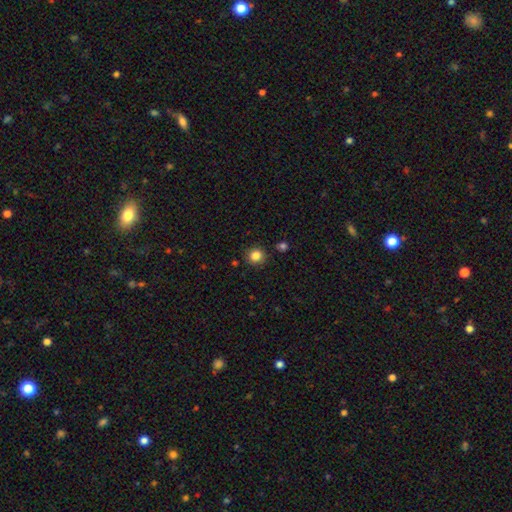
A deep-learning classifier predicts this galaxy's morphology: smooth_or_featured: smooth (p=0.85) [alt: star or artifact p=0.11]
how_rounded: round (p=0.88) [alt: in between p=0.11]
merging: none (p=0.87) [alt: minor disturbance p=0.08]